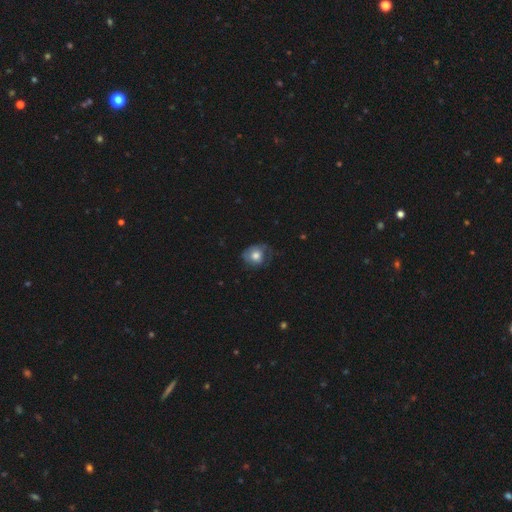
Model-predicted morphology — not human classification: This appears to be a smooth galaxy with no disk features (66%) that is round (62%). Merging: none (47%).